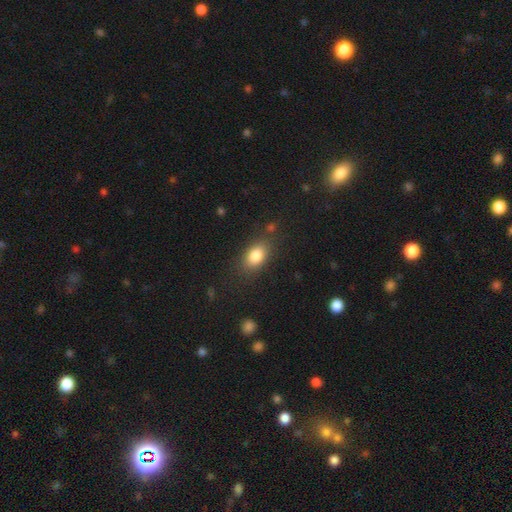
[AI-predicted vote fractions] A smooth galaxy with no disk features (82%) that is in between round and cigar-shaped (83%).

Vote fractions:
- Smooth or featured? smooth: 82% / featured or disk: 9% / star or artifact: 9%
- How rounded? in between: 83% / round: 14% / cigar-shaped: 3%
- Merging? none: 80% / minor disturbance: 13% / major disturbance: 4% / merger: 3%